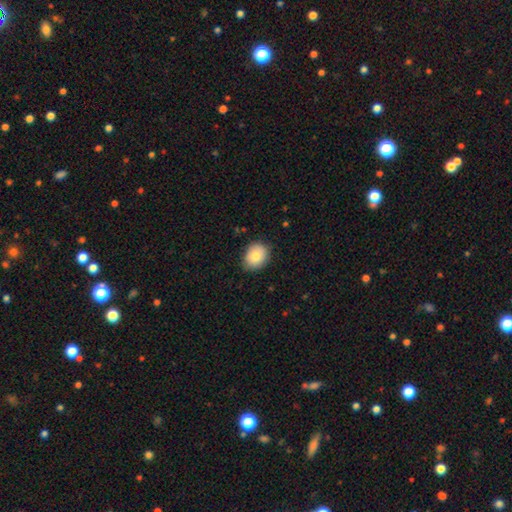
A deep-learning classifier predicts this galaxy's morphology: type=smooth (83%); roundness=round (50%); merging=none (83%).